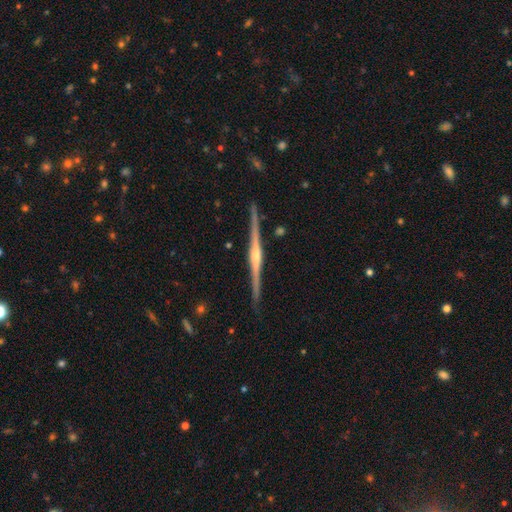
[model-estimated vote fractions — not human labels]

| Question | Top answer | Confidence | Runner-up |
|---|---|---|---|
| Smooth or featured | featured or disk | 89% | smooth (7%) |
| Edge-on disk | yes | 99% | no (1%) |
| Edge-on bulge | rounded | 82% | boxy (9%) |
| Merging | none | 92% | minor disturbance (6%) |